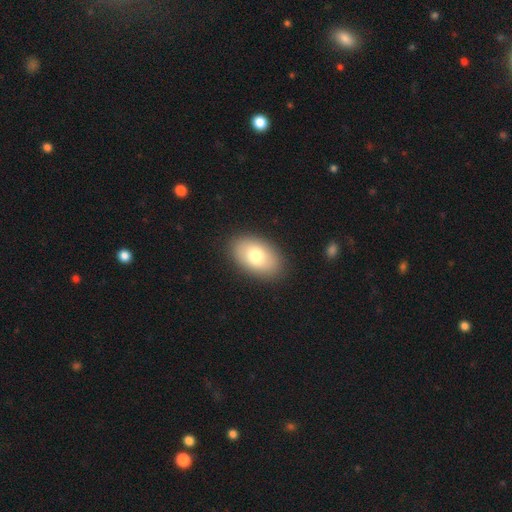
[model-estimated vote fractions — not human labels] Smooth or featured? smooth (77%)
How rounded? in between (91%)
Merging? none (88%)